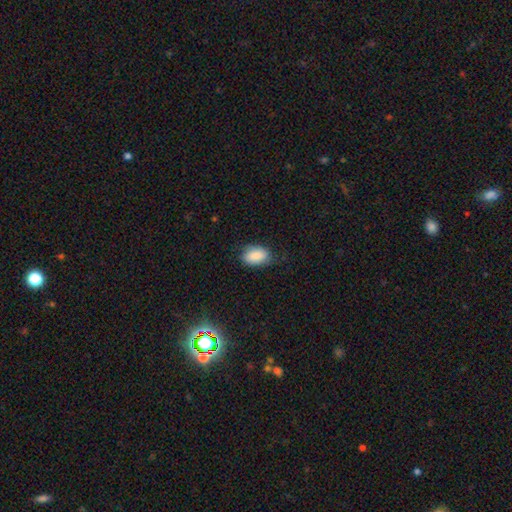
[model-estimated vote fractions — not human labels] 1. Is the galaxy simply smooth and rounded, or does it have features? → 88% smooth, 7% star or artifact, 5% featured or disk.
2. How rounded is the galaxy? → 90% in between, 8% round, 2% cigar-shaped.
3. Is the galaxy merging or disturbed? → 74% none, 20% minor disturbance, 5% major disturbance, 1% merger.